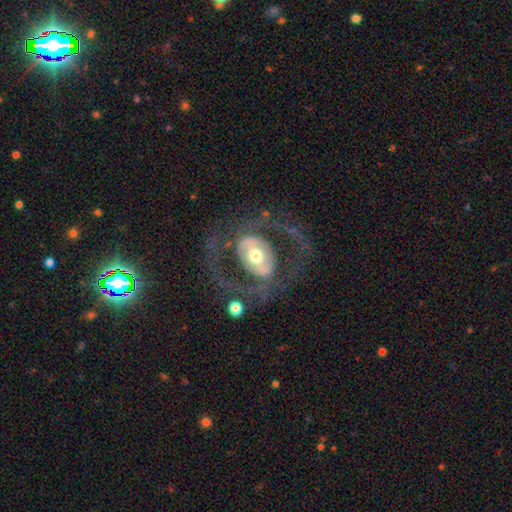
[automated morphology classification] smooth_or_featured: featured or disk (p=0.76) [alt: smooth p=0.18]
disk_edge_on: no (p=0.95) [alt: yes p=0.05]
bar: no (p=0.45) [alt: weak p=0.30]
has_spiral_arms: yes (p=0.60) [alt: no p=0.40]
bulge_size: moderate (p=0.67) [alt: large p=0.17]
merging: none (p=0.63) [alt: major disturbance p=0.22]